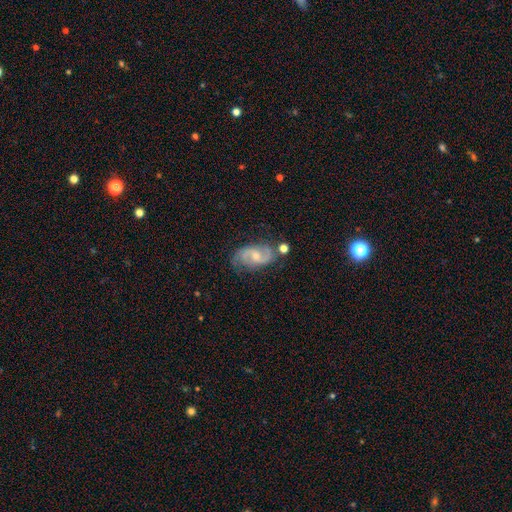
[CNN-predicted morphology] This is clearly a featured or disk galaxy (84%). It is clearly not viewed edge-on (97%). Bar: possibly no (47%). Spiral arm pattern: clearly yes (96%). Spiral arm count: clearly 2 (89%). Spiral winding: possibly medium (51%). Central bulge: possibly small (55%). Merging: likely none (70%).